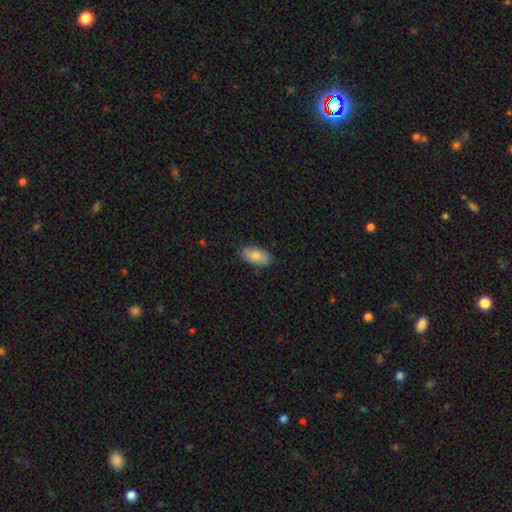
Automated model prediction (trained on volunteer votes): This is likely a smooth galaxy (79%). How rounded: clearly in between (92%). Merging: clearly none (84%).